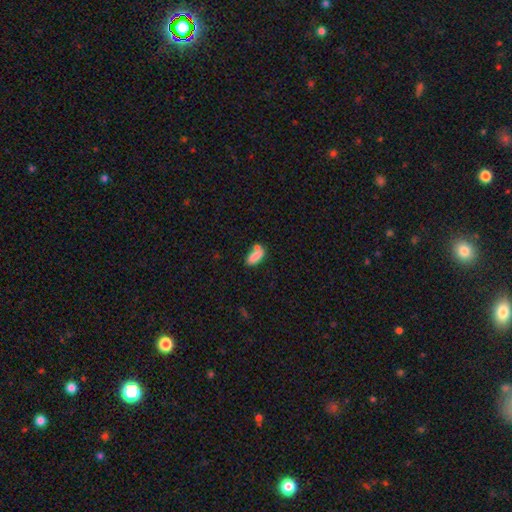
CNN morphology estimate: A smooth galaxy with no disk features (81%) that is in between round and cigar-shaped (77%).

Vote fractions:
- Smooth or featured? smooth: 81% / featured or disk: 10% / star or artifact: 8%
- How rounded? in between: 77% / cigar-shaped: 20% / round: 3%
- Merging? none: 46% / merger: 30% / minor disturbance: 17% / major disturbance: 6%